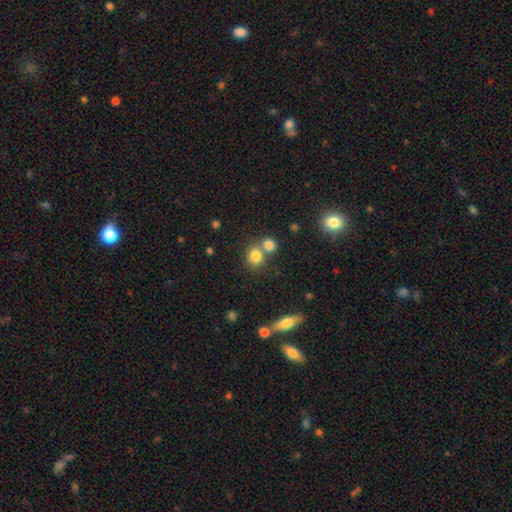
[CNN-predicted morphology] Q: Smooth or featured?
A: smooth (81%); runner-up: star or artifact (12%)
Q: How rounded?
A: round (79%); runner-up: in between (19%)
Q: Merging?
A: none (51%); runner-up: merger (38%)